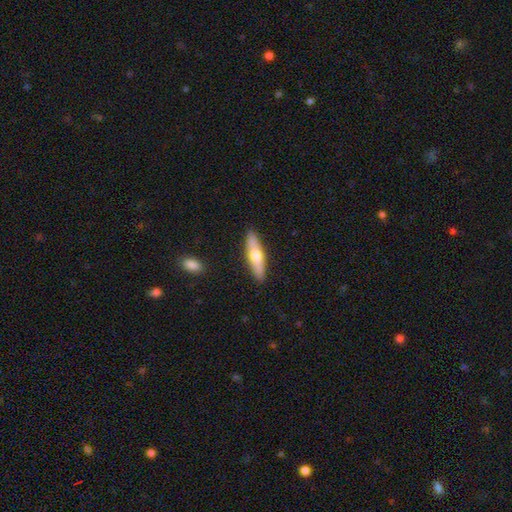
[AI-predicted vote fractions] Q: Smooth or featured?
A: smooth (56%); runner-up: featured or disk (39%)
Q: How rounded?
A: cigar-shaped (72%); runner-up: in between (26%)
Q: Merging?
A: none (88%); runner-up: minor disturbance (8%)